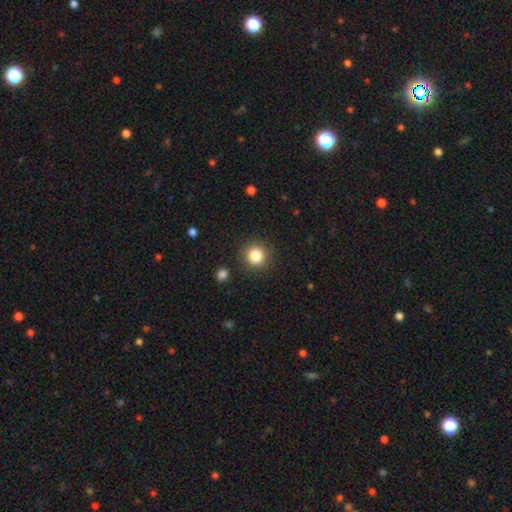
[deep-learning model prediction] Q: Smooth or featured?
A: smooth (84%); runner-up: star or artifact (11%)
Q: How rounded?
A: round (92%); runner-up: in between (7%)
Q: Merging?
A: none (89%); runner-up: minor disturbance (7%)